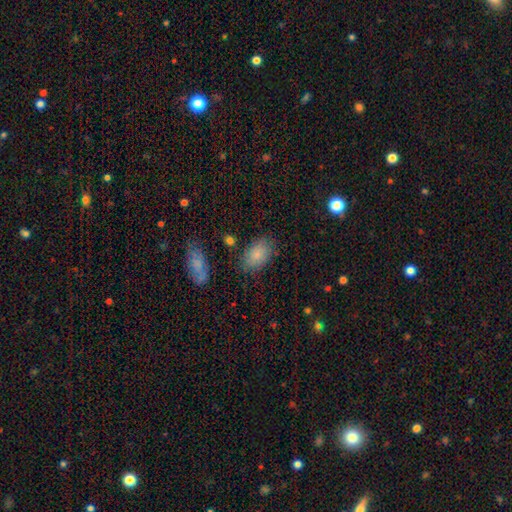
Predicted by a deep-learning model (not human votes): Smooth or featured?
  - smooth: 82% *
  - featured or disk: 9%
  - star or artifact: 8%
How rounded?
  - in between: 89% *
  - round: 10%
  - cigar-shaped: 2%
Merging?
  - none: 77% *
  - minor disturbance: 15%
  - major disturbance: 5%
  - merger: 3%